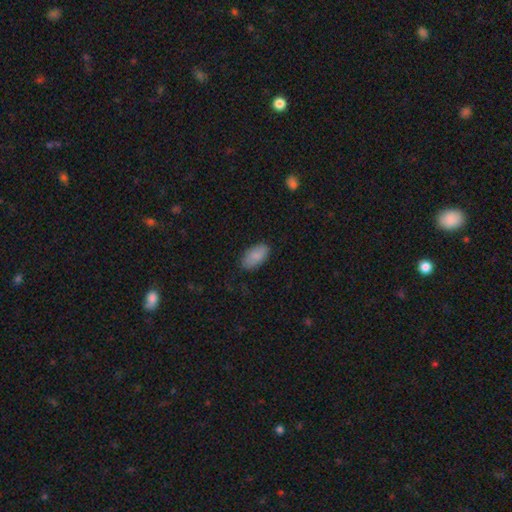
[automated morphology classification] The model was most divided on "merging": none: 84%, minor disturbance: 12%, major disturbance: 3%, merger: 1%. More confident: how rounded — in between (94%); smooth or featured — smooth (87%).